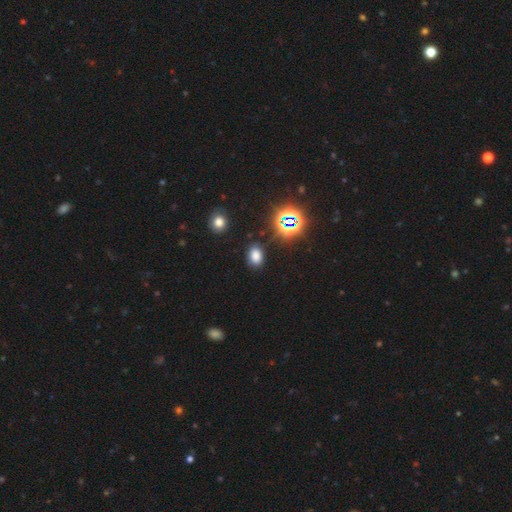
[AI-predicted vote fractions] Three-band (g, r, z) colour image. It shows a smooth galaxy with no disk features (71%) that is in between round and cigar-shaped (80%). Merging: none (82%).